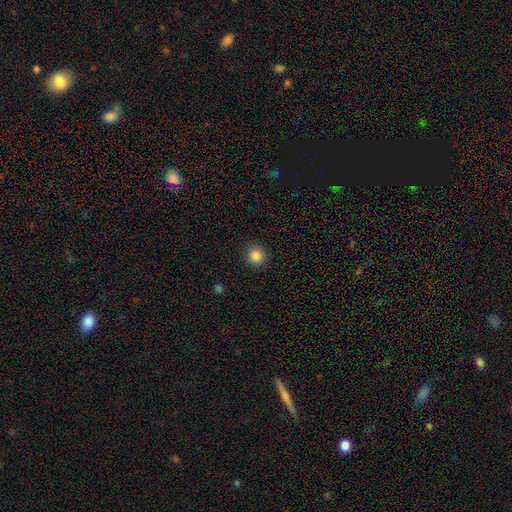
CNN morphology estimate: smooth 85%, star or artifact 11%, featured or disk 4%. Down the decision tree: how rounded — round (92%); merging — none (90%).